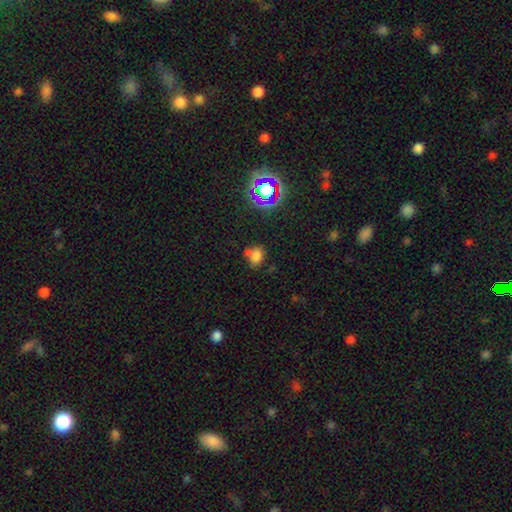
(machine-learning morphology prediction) Smooth or featured: smooth — 72% (star or artifact — 19%)
How rounded: in between — 52% (round — 47%)
Merging: none — 54% (minor disturbance — 20%)